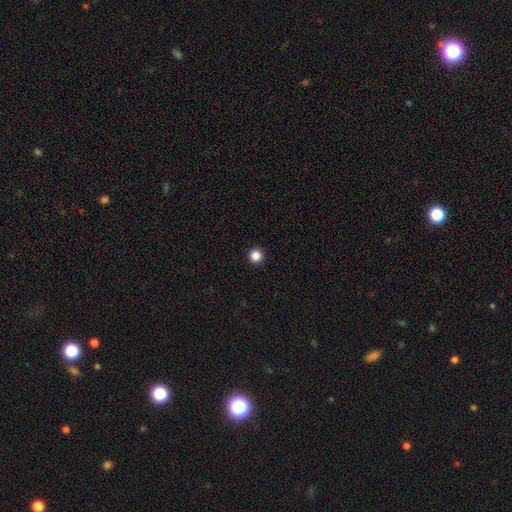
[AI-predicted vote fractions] Q: Smooth or featured?
A: smooth (86%); runner-up: star or artifact (11%)
Q: How rounded?
A: round (97%); runner-up: in between (2%)
Q: Merging?
A: none (94%); runner-up: minor disturbance (4%)